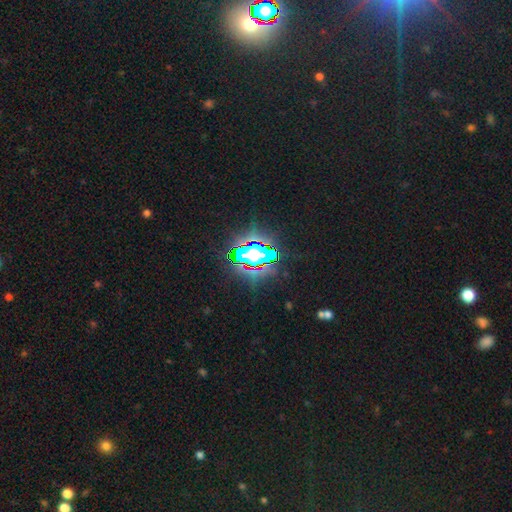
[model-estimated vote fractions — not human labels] A star or artifact, not a galaxy (75%).

Vote fractions:
- Smooth or featured? star or artifact: 75% / smooth: 14% / featured or disk: 11%